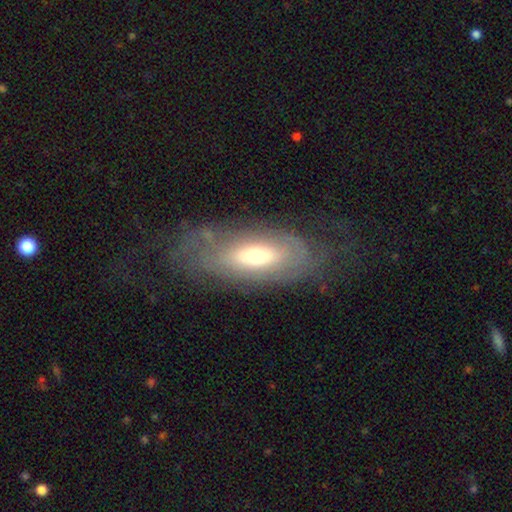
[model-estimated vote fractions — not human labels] Q: Smooth or featured?
A: featured or disk (56%); runner-up: smooth (36%)
Q: Edge-on disk?
A: no (81%); runner-up: yes (19%)
Q: Merging?
A: none (62%); runner-up: minor disturbance (21%)